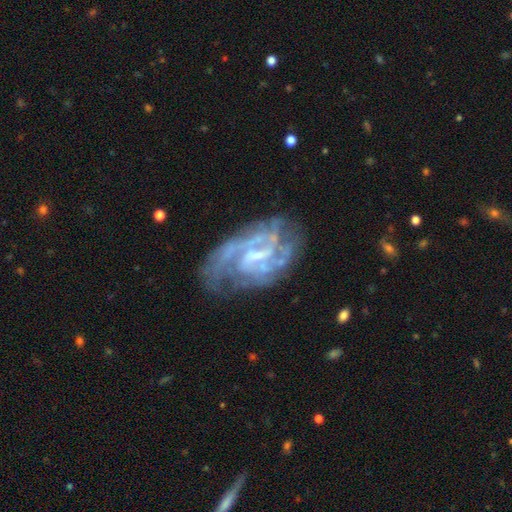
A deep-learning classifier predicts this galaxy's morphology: The model was most divided on "spiral winding": tight: 45%, medium: 41%, loose: 13%. Remaining: edge-on disk — no (97%); spiral arms — yes (89%); smooth or featured — featured or disk (87%); merging — none (60%); bulge size — small (57%); bar — weak (53%); spiral arm count — can't tell (36%).